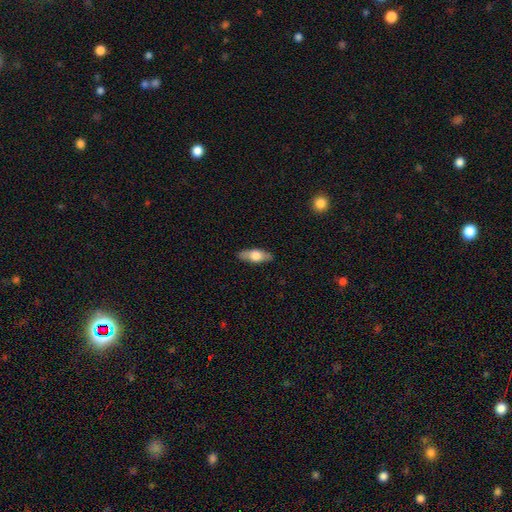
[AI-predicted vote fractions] Q: Smooth or featured?
A: smooth (60%); runner-up: featured or disk (34%)
Q: How rounded?
A: in between (69%); runner-up: cigar-shaped (27%)
Q: Merging?
A: none (86%); runner-up: minor disturbance (11%)